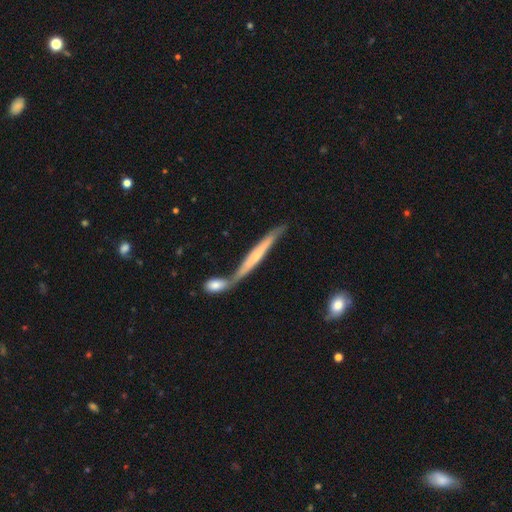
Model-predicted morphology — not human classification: smooth-or-featured: featured or disk: 57% | smooth: 37% | star or artifact: 6%
  disk-edge-on: yes: 84% | no: 16%
  merging: merger: 41% | none: 39% | minor disturbance: 13% | major disturbance: 6%